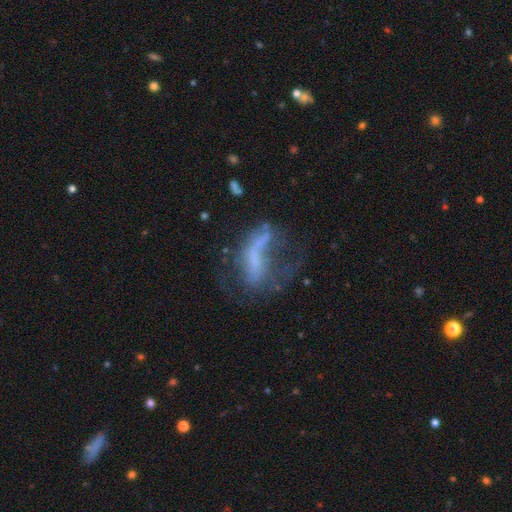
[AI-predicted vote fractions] Morphology: type=featured or disk (54%); edge-on=no (90%); merging=major disturbance (46%).